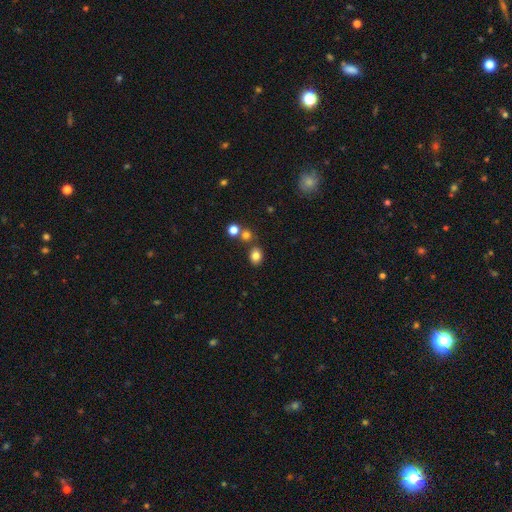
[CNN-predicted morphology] Q: Smooth or featured?
A: smooth (81%); runner-up: star or artifact (13%)
Q: How rounded?
A: in between (52%); runner-up: round (47%)
Q: Merging?
A: none (73%); runner-up: merger (13%)